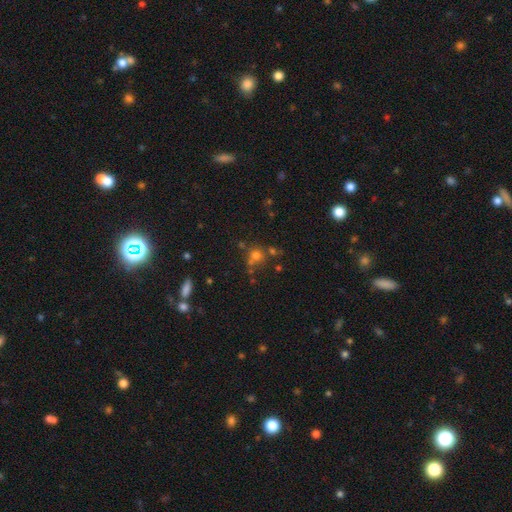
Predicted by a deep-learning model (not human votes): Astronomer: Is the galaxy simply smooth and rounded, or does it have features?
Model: smooth — 63%.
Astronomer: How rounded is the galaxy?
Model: round — 85%.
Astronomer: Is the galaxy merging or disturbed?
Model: none — 58%.